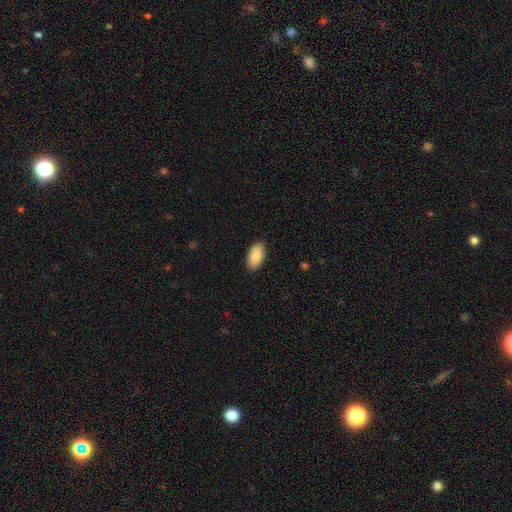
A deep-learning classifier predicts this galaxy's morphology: smooth_or_featured: smooth (p=0.88) [alt: featured or disk p=0.07]
how_rounded: in between (p=0.94) [alt: cigar-shaped p=0.03]
merging: none (p=0.89) [alt: minor disturbance p=0.08]